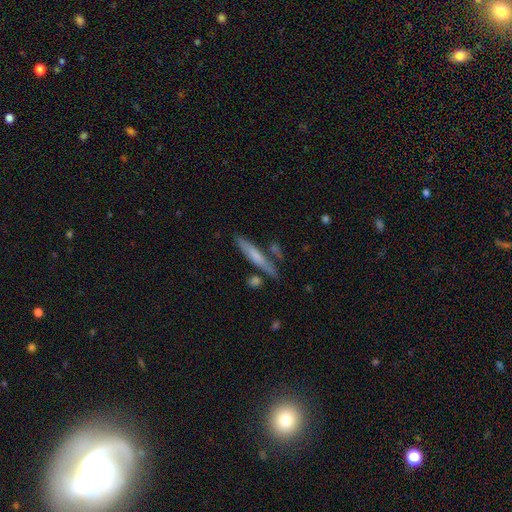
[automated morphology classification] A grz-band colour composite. It shows a smooth galaxy with no disk features (61%) that is cigar-shaped (91%). Merging: none (77%).